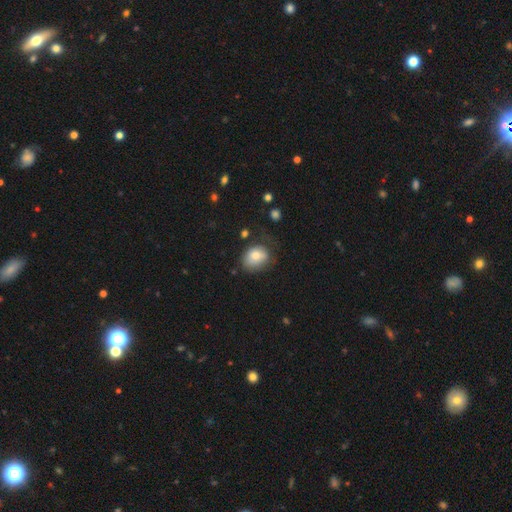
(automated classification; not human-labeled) A smooth galaxy with no disk features (77%) that is in between round and cigar-shaped (60%). Merging: none (50%).